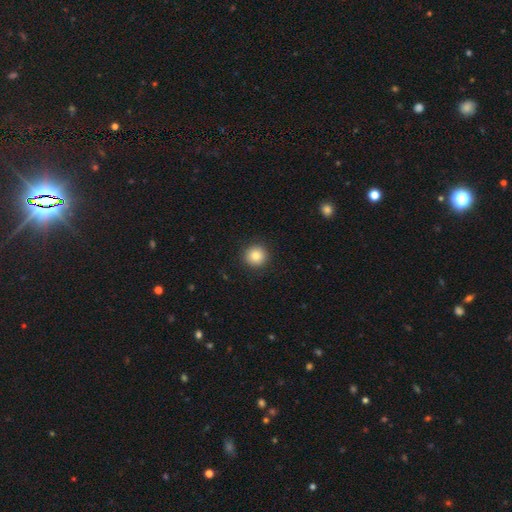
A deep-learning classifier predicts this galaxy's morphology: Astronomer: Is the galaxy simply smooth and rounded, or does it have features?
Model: smooth — 85%.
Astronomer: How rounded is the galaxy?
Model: round — 94%.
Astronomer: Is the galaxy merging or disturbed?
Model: none — 92%.